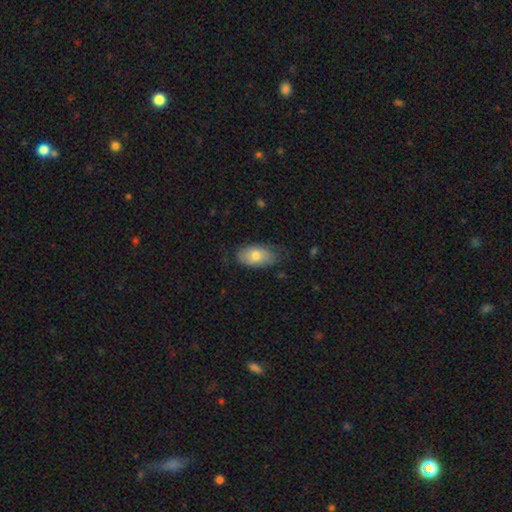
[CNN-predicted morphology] A smooth galaxy with no disk features (76%) that is in between round and cigar-shaped (92%). Merging: none (71%).